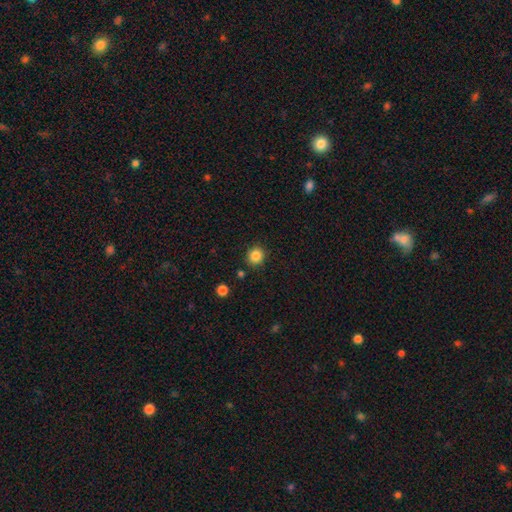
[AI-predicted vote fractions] Smooth or featured? smooth (85%)
How rounded? round (89%)
Merging? none (88%)